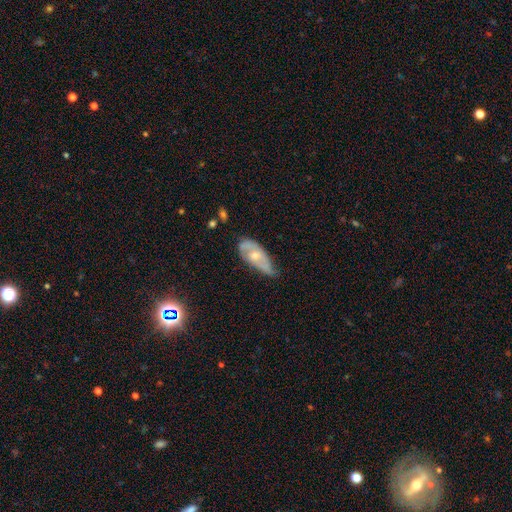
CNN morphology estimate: Smooth or featured?
  - featured or disk: 53% *
  - smooth: 40%
  - star or artifact: 7%
Edge-on disk?
  - no: 86% *
  - yes: 14%
Merging?
  - minor disturbance: 43% *
  - none: 42%
  - major disturbance: 13%
  - merger: 3%